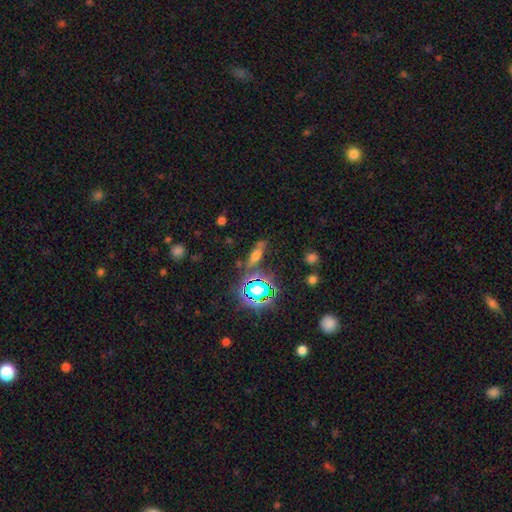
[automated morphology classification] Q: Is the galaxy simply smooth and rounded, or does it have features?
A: smooth — 46%.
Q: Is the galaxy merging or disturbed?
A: none — 73%.